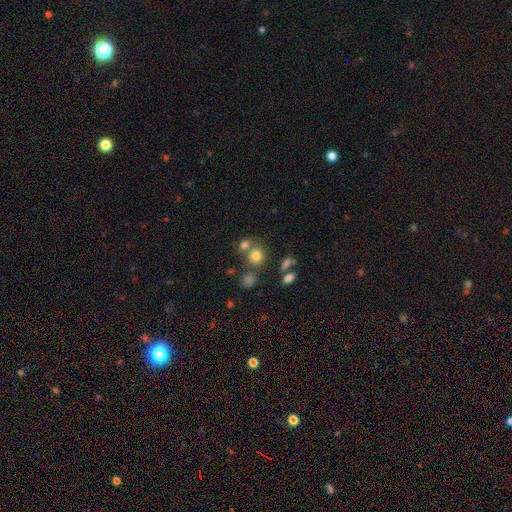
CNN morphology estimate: smooth-or-featured: smooth: 77% | star or artifact: 14% | featured or disk: 9%
  how-rounded: round: 80% | in between: 19% | cigar-shaped: 1%
  merging: none: 59% | merger: 27% | minor disturbance: 10% | major disturbance: 4%